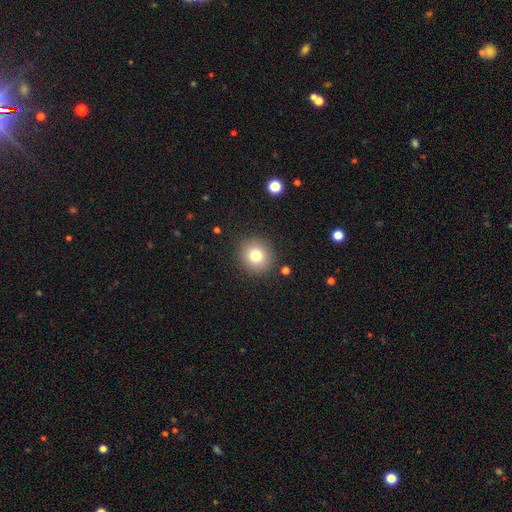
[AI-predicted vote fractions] Smooth or featured? smooth (79%)
How rounded? round (90%)
Merging? none (89%)